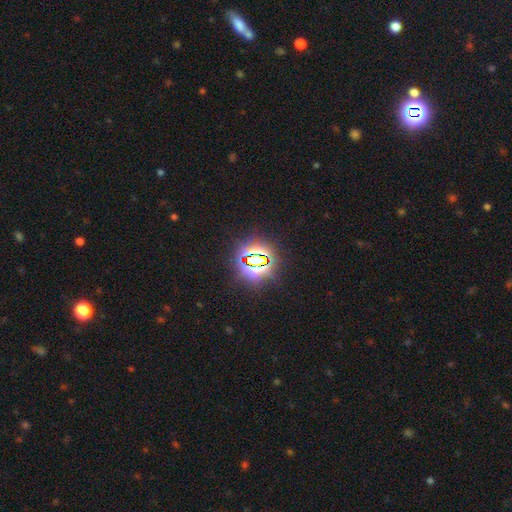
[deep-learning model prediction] smooth_or_featured: star or artifact (p=0.79) [alt: smooth p=0.13]